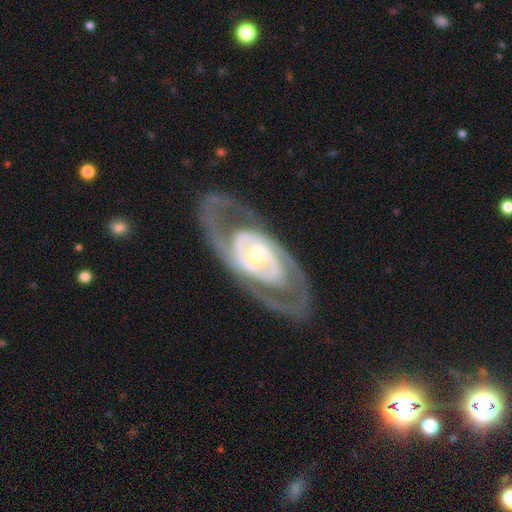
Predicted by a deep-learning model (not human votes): Smooth or featured?
  - featured or disk: 89% *
  - smooth: 7%
  - star or artifact: 4%
Edge-on disk?
  - no: 93% *
  - yes: 7%
Bar?
  - no: 57% *
  - weak: 27%
  - strong: 16%
Spiral arms?
  - yes: 87% *
  - no: 13%
Spiral winding?
  - tight: 52% *
  - medium: 38%
  - loose: 11%
Spiral arm count?
  - 2: 76% *
  - can't tell: 13%
  - 3: 4%
  - 1: 3%
  - 4: 2%
  - more than 4: 2%
Bulge size?
  - small: 60% *
  - moderate: 34%
  - large: 4%
  - none: 1%
  - dominant: 1%
Merging?
  - none: 76% *
  - minor disturbance: 13%
  - major disturbance: 10%
  - merger: 2%